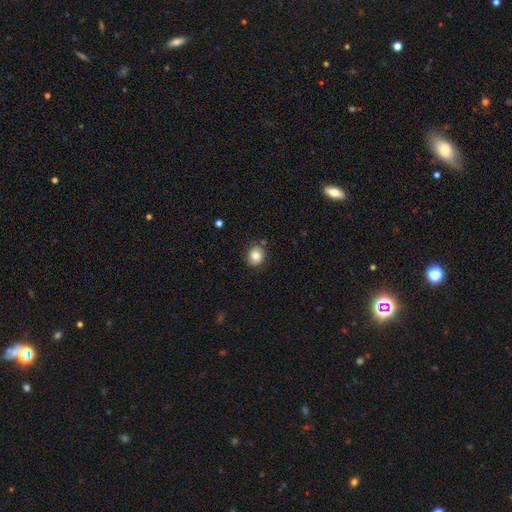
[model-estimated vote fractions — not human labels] This is clearly a smooth galaxy (81%). How rounded: likely round (72%). Merging: clearly none (82%).